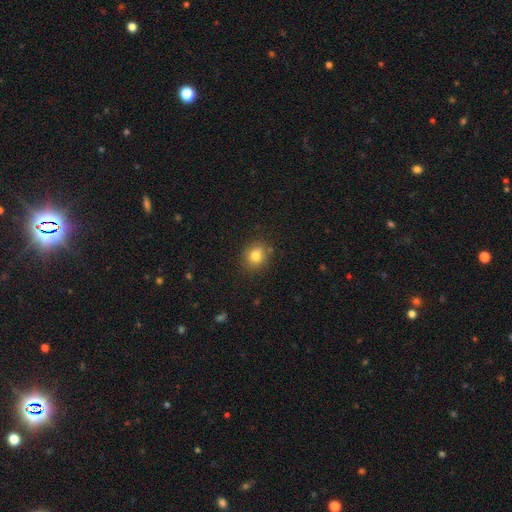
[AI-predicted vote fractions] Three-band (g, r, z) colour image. It shows a smooth galaxy with no disk features (80%) that is round (69%). Merging: none (79%).